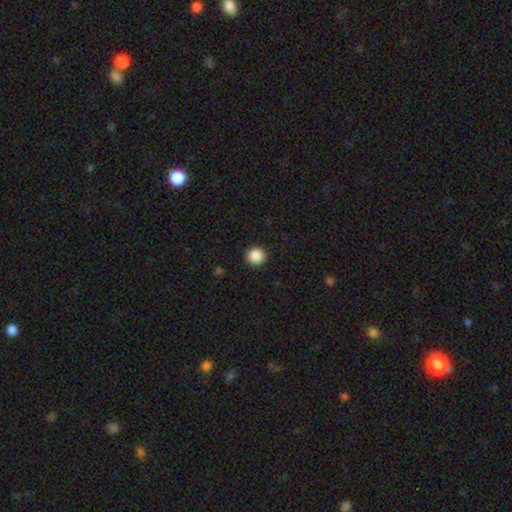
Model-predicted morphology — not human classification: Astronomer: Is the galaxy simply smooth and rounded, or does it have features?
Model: smooth — 89%.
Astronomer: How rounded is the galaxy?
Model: round — 90%.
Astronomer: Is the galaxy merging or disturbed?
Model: none — 92%.